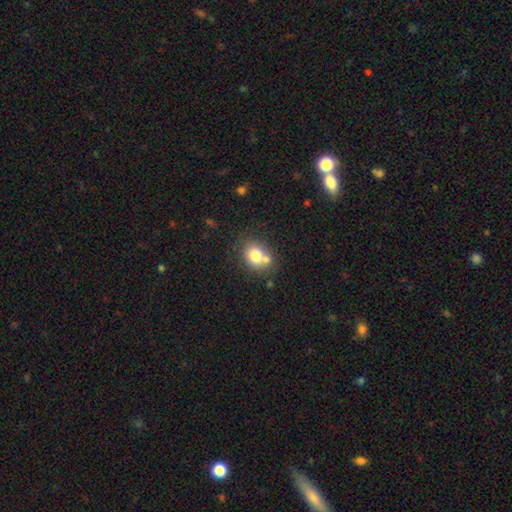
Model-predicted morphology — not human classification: smooth_or_featured: smooth (p=0.76) [alt: featured or disk p=0.13]
how_rounded: round (p=0.60) [alt: in between p=0.39]
merging: none (p=0.51) [alt: merger p=0.32]